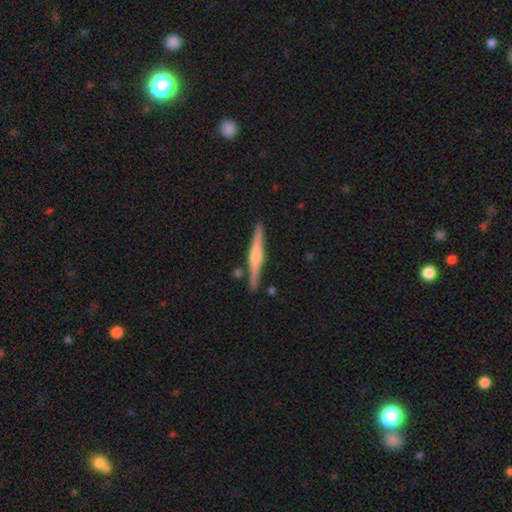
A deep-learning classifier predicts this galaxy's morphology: Smooth or featured?
  - featured or disk: 66% *
  - smooth: 28%
  - star or artifact: 6%
Edge-on disk?
  - yes: 98% *
  - no: 2%
Edge-on bulge?
  - rounded: 72% *
  - boxy: 17%
  - none: 11%
Merging?
  - none: 87% *
  - minor disturbance: 8%
  - merger: 3%
  - major disturbance: 2%